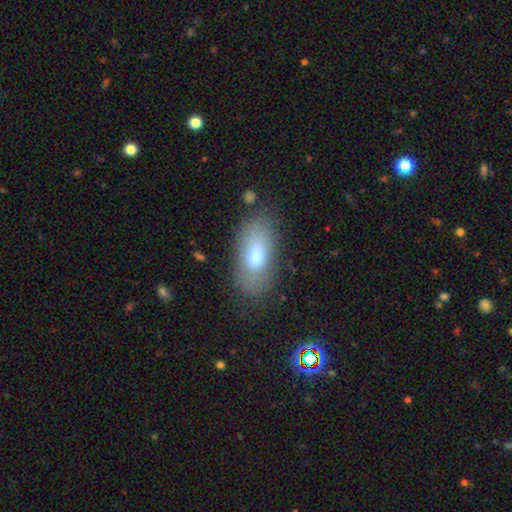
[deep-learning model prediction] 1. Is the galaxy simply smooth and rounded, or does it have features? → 75% smooth, 17% featured or disk, 8% star or artifact.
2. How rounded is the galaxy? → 88% in between, 8% cigar-shaped, 3% round.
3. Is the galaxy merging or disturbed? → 73% none, 18% minor disturbance, 7% major disturbance, 3% merger.